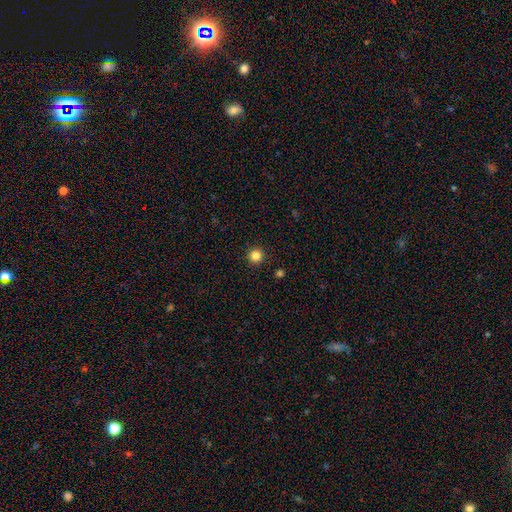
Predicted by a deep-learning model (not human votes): This is clearly a smooth galaxy (84%). How rounded: clearly round (96%). Merging: clearly none (93%).